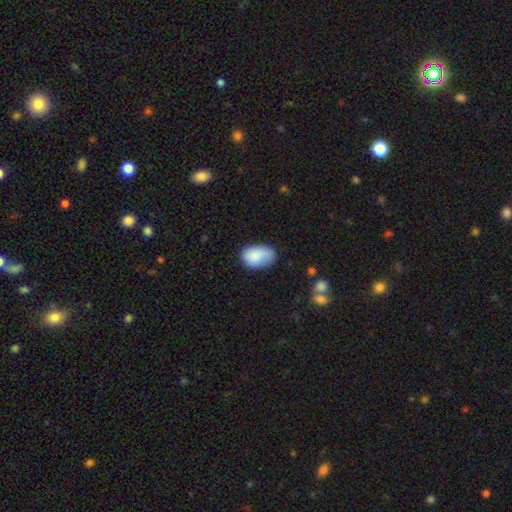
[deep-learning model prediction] This is clearly a smooth galaxy (84%). How rounded: clearly in between (89%). Merging: possibly none (58%).